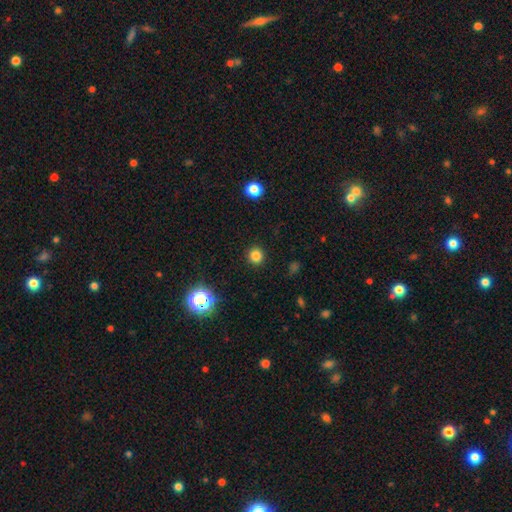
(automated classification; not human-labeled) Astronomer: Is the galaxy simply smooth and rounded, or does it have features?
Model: smooth — 81%.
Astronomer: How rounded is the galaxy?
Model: round — 92%.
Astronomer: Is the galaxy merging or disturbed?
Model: none — 92%.